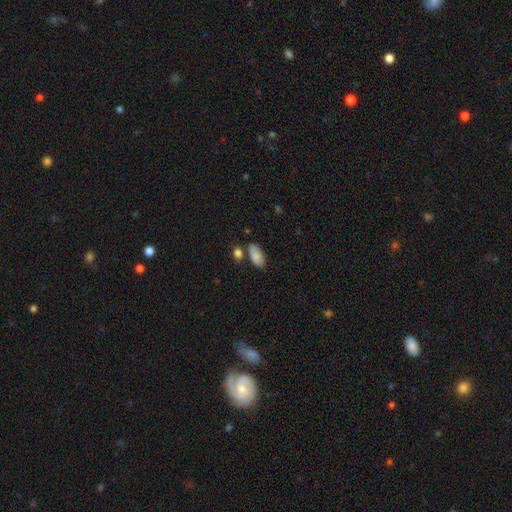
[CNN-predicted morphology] smooth-or-featured: smooth: 84% | featured or disk: 9% | star or artifact: 7%
  how-rounded: in between: 93% | round: 4% | cigar-shaped: 3%
  merging: none: 59% | minor disturbance: 18% | merger: 17% | major disturbance: 5%